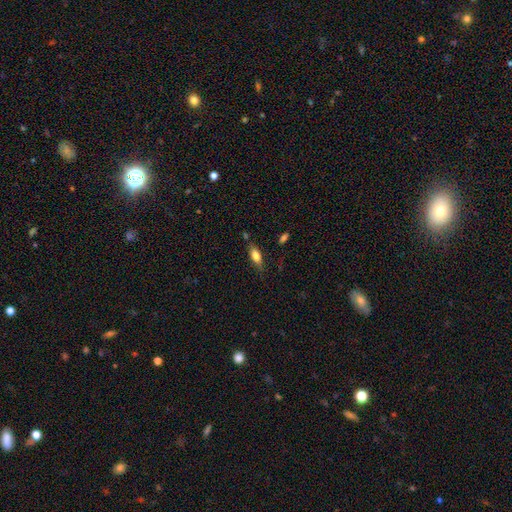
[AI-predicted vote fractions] This appears to be a smooth galaxy with no disk features (72%) that is in between round and cigar-shaped (74%). Merging: none (71%).